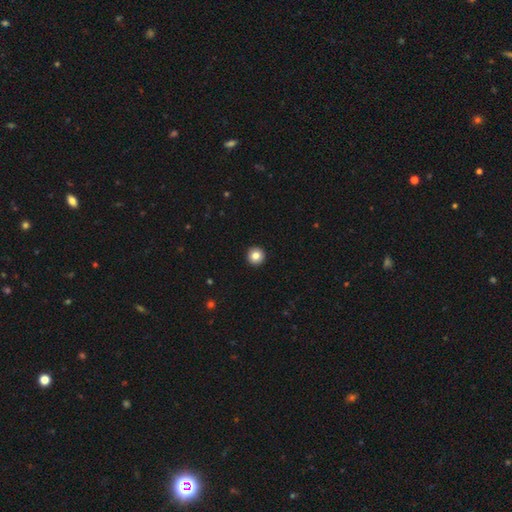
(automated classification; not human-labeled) smooth_or_featured: smooth (p=0.84) [alt: star or artifact p=0.09]
how_rounded: round (p=0.96) [alt: in between p=0.03]
merging: none (p=0.94) [alt: minor disturbance p=0.03]